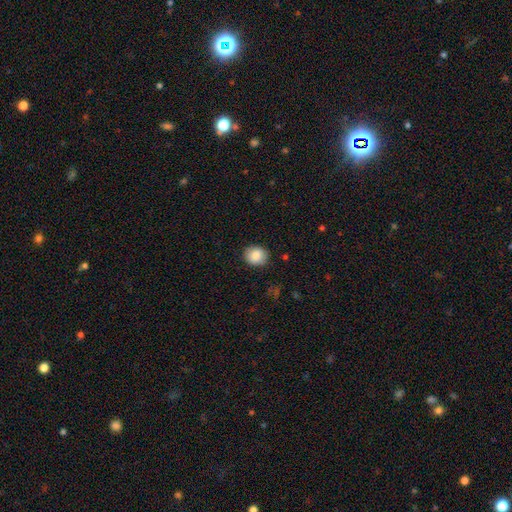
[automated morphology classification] smooth_or_featured: smooth (p=0.87) [alt: star or artifact p=0.08]
how_rounded: round (p=0.74) [alt: in between p=0.25]
merging: none (p=0.88) [alt: minor disturbance p=0.08]